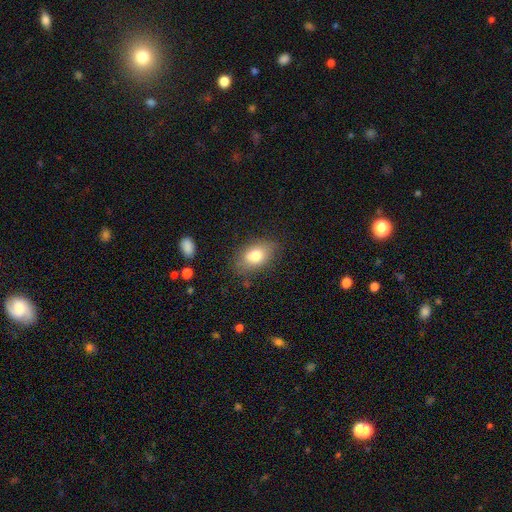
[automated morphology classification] smooth-or-featured: smooth: 78% | featured or disk: 14% | star or artifact: 9%
  how-rounded: in between: 86% | round: 12% | cigar-shaped: 2%
  merging: none: 75% | minor disturbance: 18% | major disturbance: 5% | merger: 2%